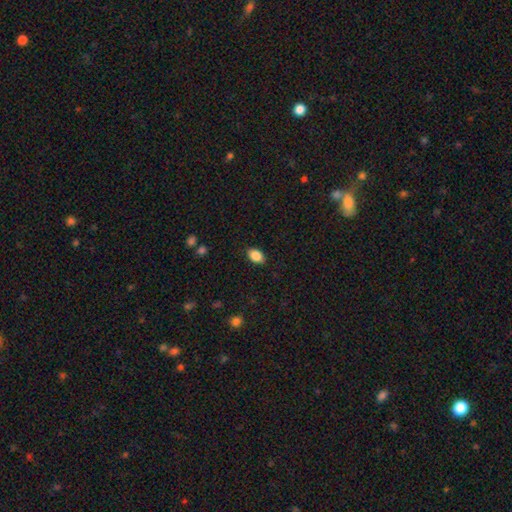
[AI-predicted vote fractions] This appears to be a smooth galaxy with no disk features (88%) that is in between round and cigar-shaped (88%). Merging: none (88%).